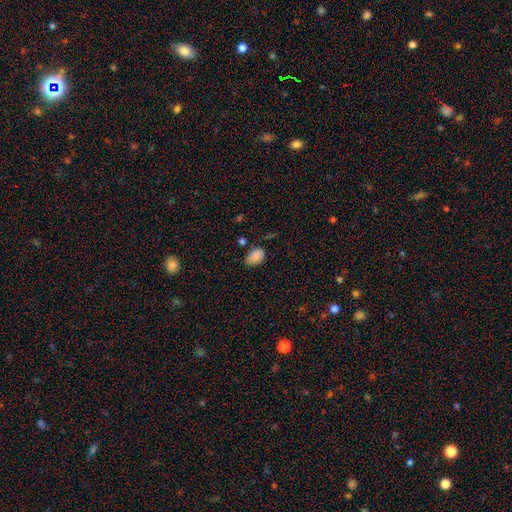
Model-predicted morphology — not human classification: Overall: smooth (85%). How rounded: in between (86%). Merging: none (66%).